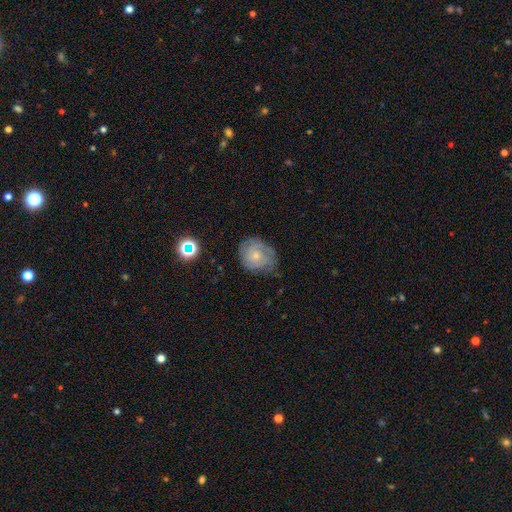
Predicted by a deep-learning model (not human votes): The model was most divided on "spiral arm count": can't tell: 41%, 2: 27%, 3: 17%, 1: 6%, 4: 6%, more than 4: 4%. More confident: edge-on disk — no (97%); spiral arms — yes (89%); bar — no (78%); spiral winding — tight (67%); merging — none (66%); smooth or featured — featured or disk (65%); bulge size — small (62%).